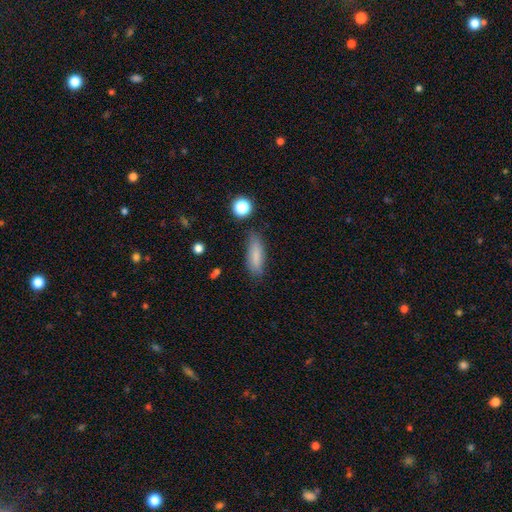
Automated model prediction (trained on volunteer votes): Overall: smooth (82%). How rounded: in between (62%; cigar-shaped 35%). Merging: none (77%).